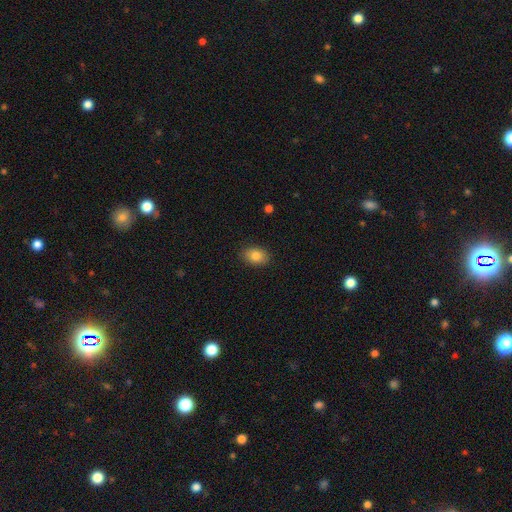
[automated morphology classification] smooth_or_featured: smooth (p=0.83) [alt: featured or disk p=0.08]
how_rounded: in between (p=0.81) [alt: round p=0.17]
merging: none (p=0.88) [alt: minor disturbance p=0.09]